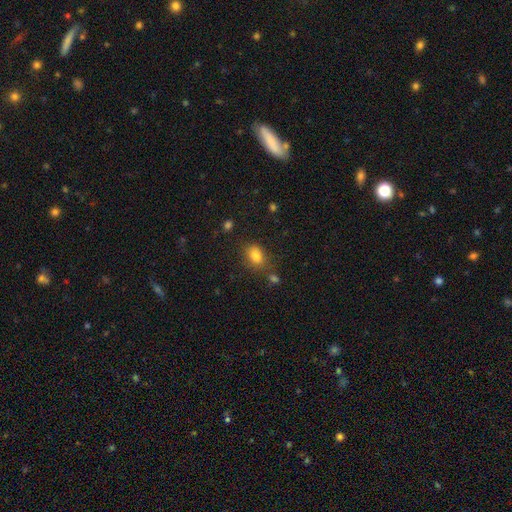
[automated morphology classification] This is clearly a smooth galaxy (82%). How rounded: likely in between (71%). Merging: likely none (72%).